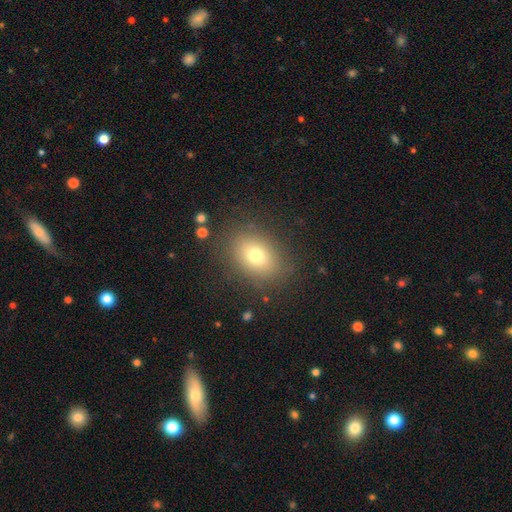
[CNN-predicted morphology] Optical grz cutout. It shows a smooth galaxy with no disk features (73%) that is in between round and cigar-shaped (68%). Merging: none (83%).